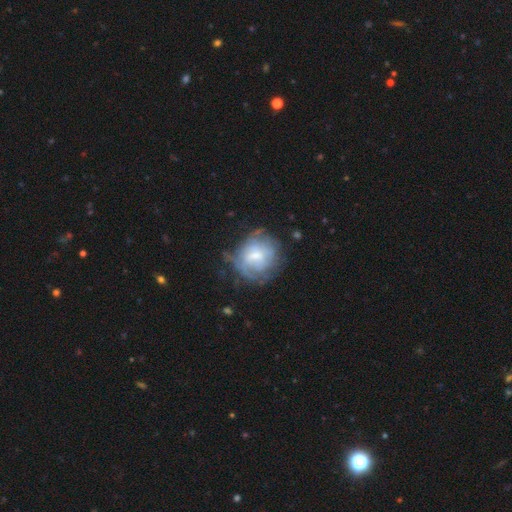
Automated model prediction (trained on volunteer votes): Smooth or featured: featured or disk — 56% (smooth — 36%)
Edge-on disk: no — 97% (yes — 3%)
Bar: no — 48% (weak — 44%)
Spiral arms: yes — 61% (no — 39%)
Bulge size: small — 49% (moderate — 37%)
Merging: none — 51% (minor disturbance — 26%)